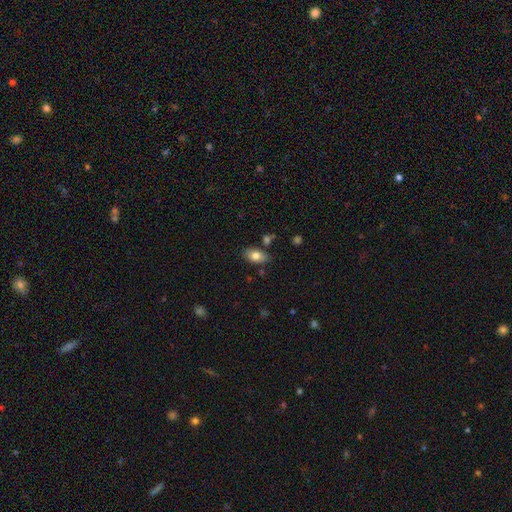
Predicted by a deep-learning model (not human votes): Q: Smooth or featured?
A: smooth (78%); runner-up: featured or disk (14%)
Q: How rounded?
A: in between (89%); runner-up: round (8%)
Q: Merging?
A: none (76%); runner-up: minor disturbance (15%)